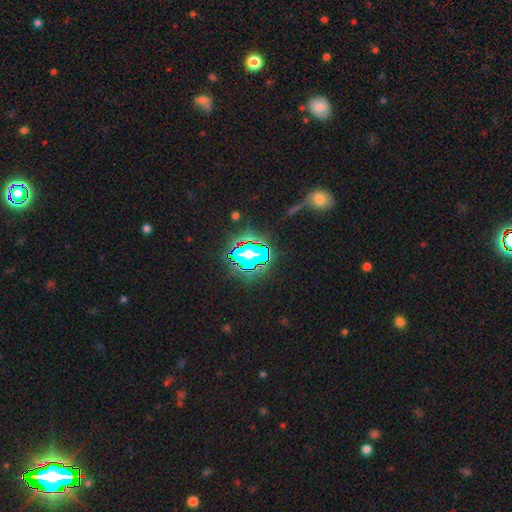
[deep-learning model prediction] smooth_or_featured: star or artifact (p=0.73) [alt: smooth p=0.15]